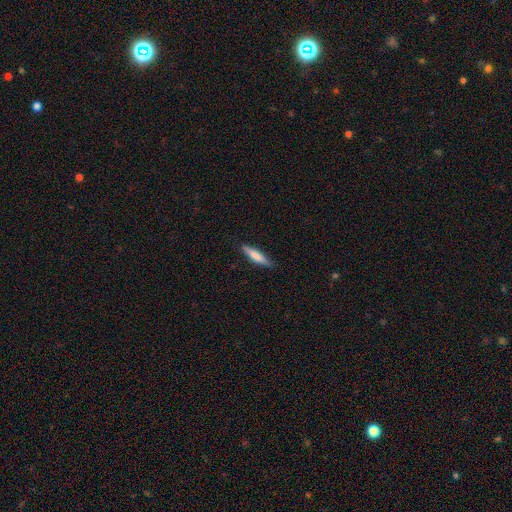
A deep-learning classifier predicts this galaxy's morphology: smooth 74%, featured or disk 20%, star or artifact 5%. Down the decision tree: how rounded — cigar-shaped (83%); merging — none (85%).